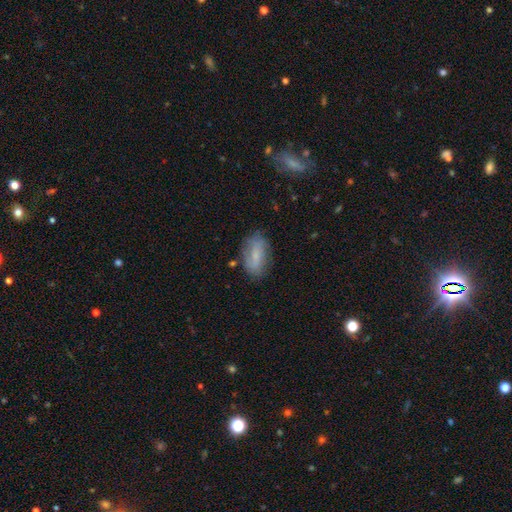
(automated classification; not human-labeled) smooth-or-featured: smooth: 59% | featured or disk: 33% | star or artifact: 8%
  how-rounded: in between: 90% | round: 5% | cigar-shaped: 5%
  merging: none: 73% | minor disturbance: 19% | major disturbance: 5% | merger: 2%